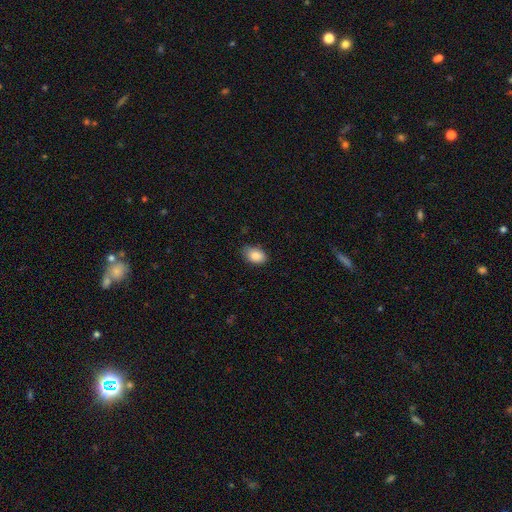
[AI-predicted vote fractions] This appears to be a smooth galaxy with no disk features (87%) that is in between round and cigar-shaped (86%). Merging: none (73%).